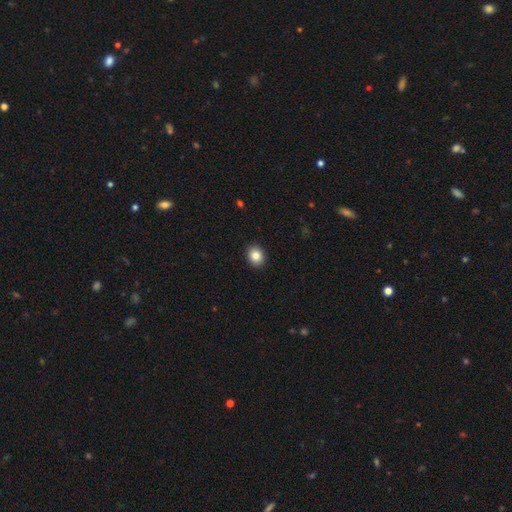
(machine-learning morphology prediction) This is clearly a smooth galaxy (84%). How rounded: likely round (62%). Merging: clearly none (92%).